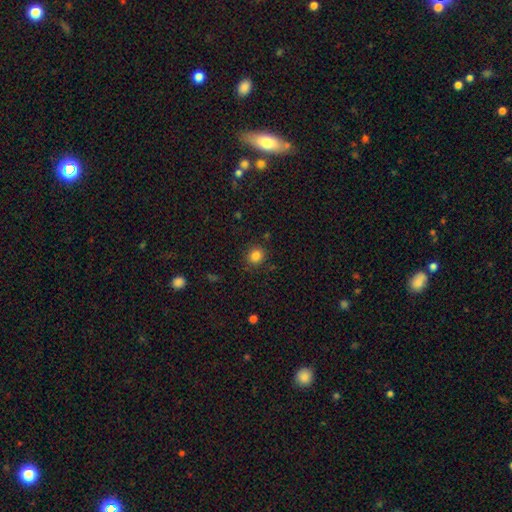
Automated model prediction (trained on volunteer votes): Smooth or featured? smooth (83%)
How rounded? round (80%)
Merging? none (86%)